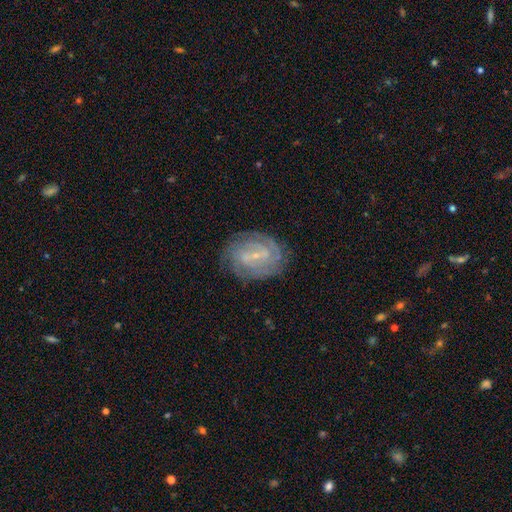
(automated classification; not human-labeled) A featured or disk galaxy (79%) with a weak bar (51%), tight (62%) spiral arms (91%) and a small central bulge (75%).

Vote fractions:
- Smooth or featured? featured or disk: 79% / smooth: 13% / star or artifact: 8%
- Edge-on disk? no: 97% / yes: 3%
- Bar? weak: 51% / strong: 27% / no: 23%
- Spiral arms? yes: 91% / no: 9%
- Spiral winding? tight: 62% / medium: 30% / loose: 8%
- Spiral arm count? can't tell: 37% / 2: 28% / 3: 15% / 4: 10% / more than 4: 5% / 1: 5%
- Bulge size? small: 75% / moderate: 14% / none: 8% / large: 1% / dominant: 1%
- Merging? none: 77% / minor disturbance: 15% / major disturbance: 6% / merger: 2%